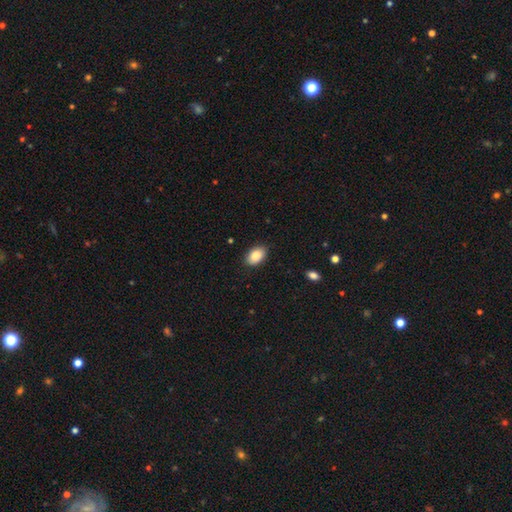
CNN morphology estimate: A smooth galaxy with no disk features (87%) that is in between round and cigar-shaped (89%).

Vote fractions:
- Smooth or featured? smooth: 87% / star or artifact: 7% / featured or disk: 5%
- How rounded? in between: 89% / round: 10% / cigar-shaped: 1%
- Merging? none: 87% / minor disturbance: 10% / major disturbance: 2% / merger: 1%